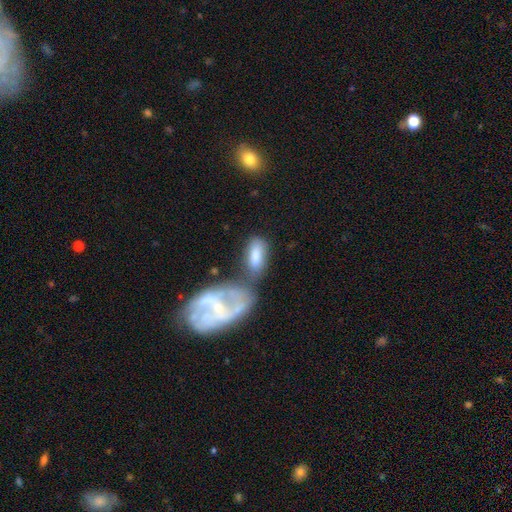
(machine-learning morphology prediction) A smooth galaxy with no disk features (72%) that is in between round and cigar-shaped (86%).

Vote fractions:
- Smooth or featured? smooth: 72% / featured or disk: 21% / star or artifact: 7%
- How rounded? in between: 86% / cigar-shaped: 10% / round: 3%
- Merging? merger: 39% / none: 33% / minor disturbance: 17% / major disturbance: 11%